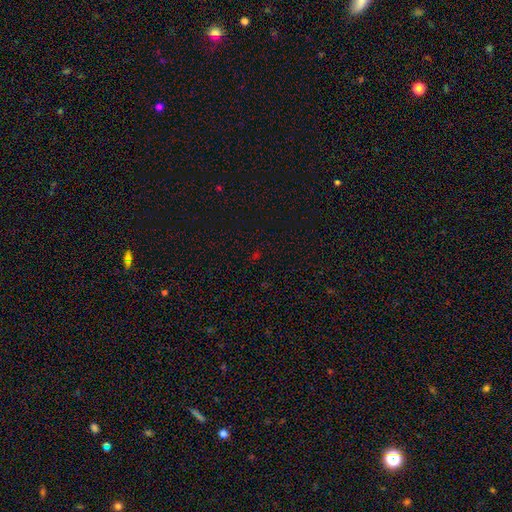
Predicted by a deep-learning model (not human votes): A star or artifact, not a galaxy (59%).